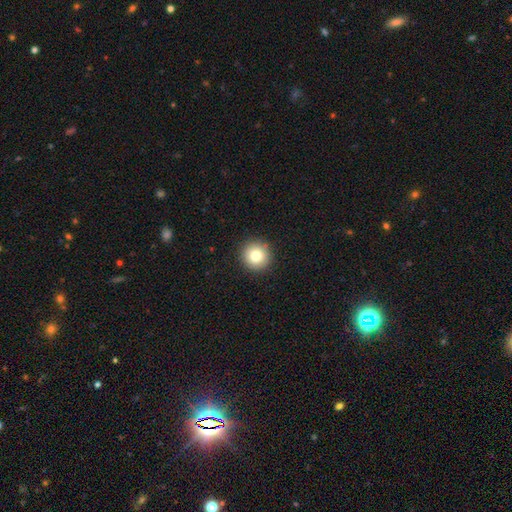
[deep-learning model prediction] This appears to be a smooth galaxy with no disk features (80%) that is round (95%). Merging: none (92%).